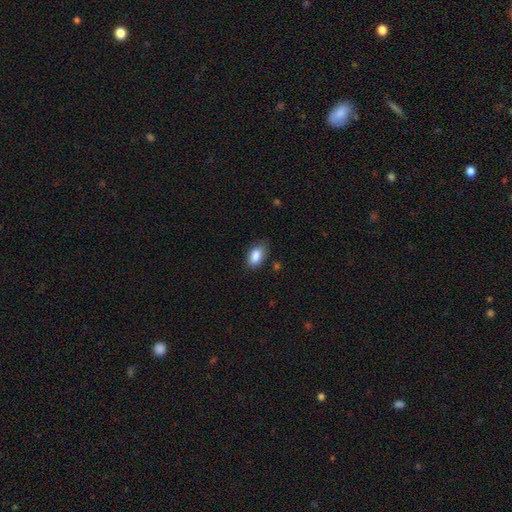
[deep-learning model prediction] Smooth or featured? Predicted: smooth (p=0.88). How rounded? Predicted: in between (p=0.91). Merging? Predicted: none (p=0.76).